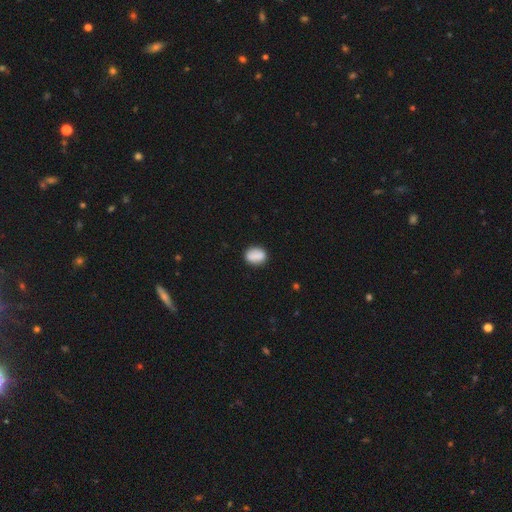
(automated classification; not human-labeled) Smooth or featured? Predicted: smooth (p=0.81). How rounded? Predicted: in between (p=0.60). Merging? Predicted: none (p=0.80).